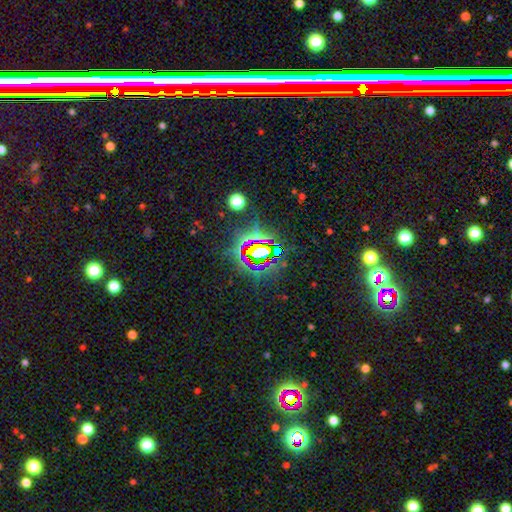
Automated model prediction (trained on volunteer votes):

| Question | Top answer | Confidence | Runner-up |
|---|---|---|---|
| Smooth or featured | star or artifact | 76% | smooth (13%) |